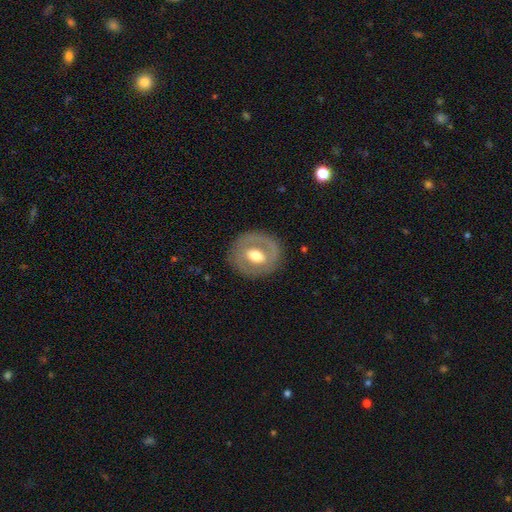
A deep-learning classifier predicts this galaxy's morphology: Smooth or featured? Predicted: featured or disk (p=0.58). Edge-on disk? Predicted: no (p=0.94). Bar? Predicted: no (p=0.39). Spiral arms? Predicted: no (p=0.73). Bulge size? Predicted: moderate (p=0.64). Merging? Predicted: none (p=0.82).